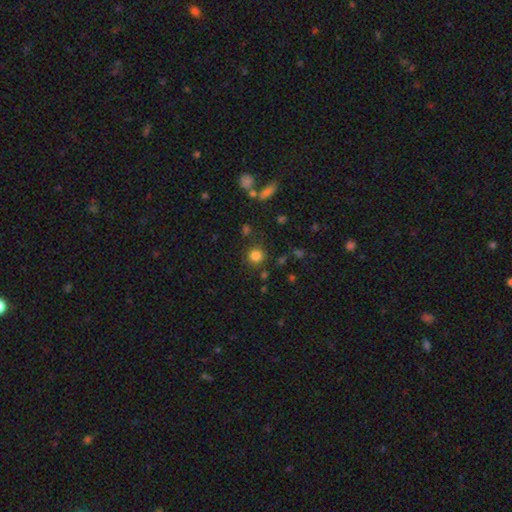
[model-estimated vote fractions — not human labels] smooth 82%, star or artifact 13%, featured or disk 5%. Down the decision tree: how rounded — round (93%); merging — none (84%).